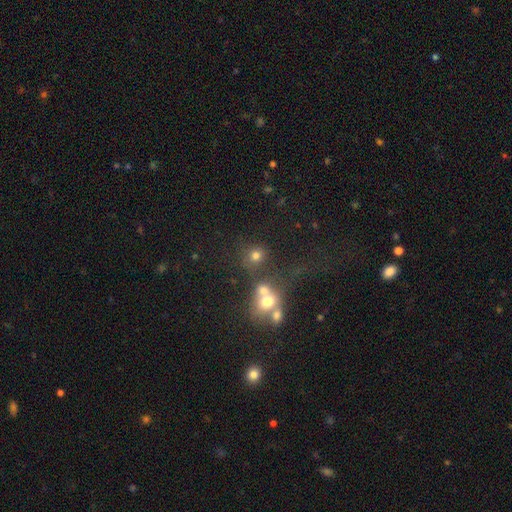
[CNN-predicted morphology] smooth_or_featured: smooth (p=0.71) [alt: star or artifact p=0.18]
how_rounded: round (p=0.82) [alt: in between p=0.16]
merging: none (p=0.55) [alt: merger p=0.28]